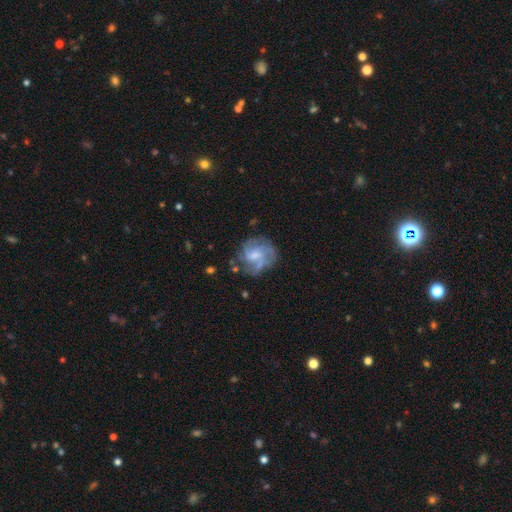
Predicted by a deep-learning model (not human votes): The model was most divided on "bulge size": moderate: 40%, small: 36%, none: 17%, large: 6%, dominant: 1%. Remaining: edge-on disk — no (98%); spiral arms — yes (91%); smooth or featured — featured or disk (76%); merging — none (65%); bar — no (49%); spiral winding — medium (46%); spiral arm count — 3 (33%).